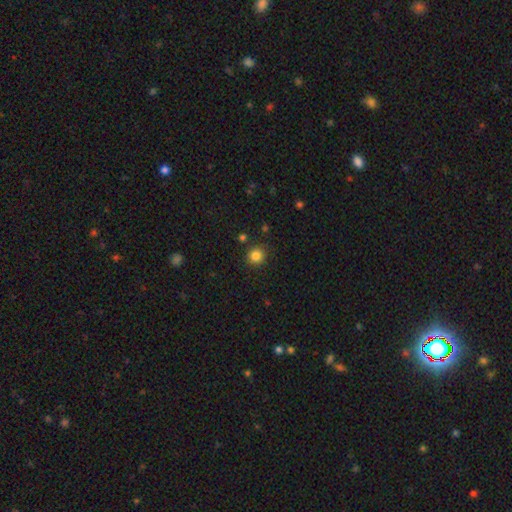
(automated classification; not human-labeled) Q: Smooth or featured?
A: smooth (83%); runner-up: star or artifact (12%)
Q: How rounded?
A: round (91%); runner-up: in between (8%)
Q: Merging?
A: none (89%); runner-up: minor disturbance (6%)